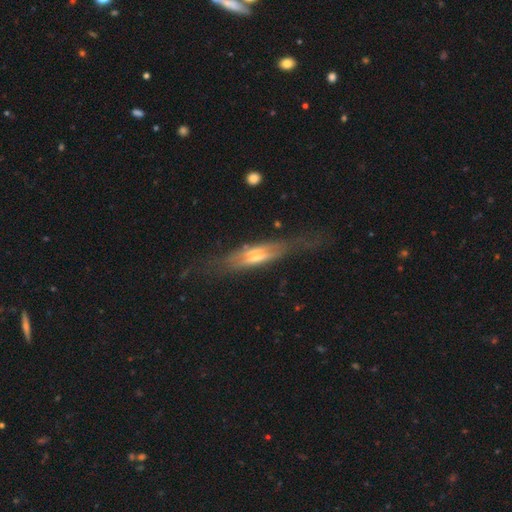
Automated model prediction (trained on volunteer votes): Smooth or featured? featured or disk (69%)
Edge-on disk? yes (84%)
Edge-on bulge? rounded (68%)
Merging? none (61%)